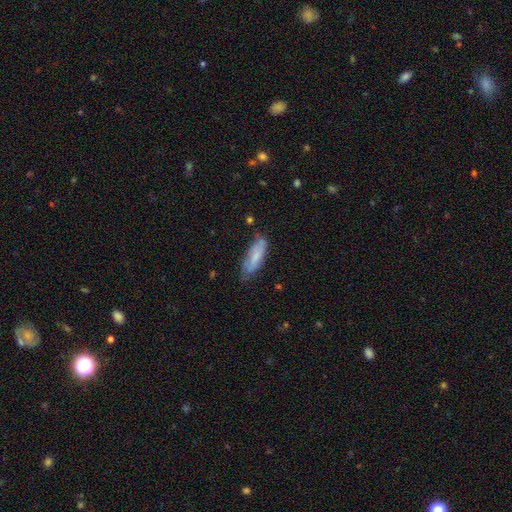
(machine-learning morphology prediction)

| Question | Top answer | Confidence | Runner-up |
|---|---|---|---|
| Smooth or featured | smooth | 68% | featured or disk (25%) |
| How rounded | in between | 57% | cigar-shaped (42%) |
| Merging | none | 61% | minor disturbance (29%) |